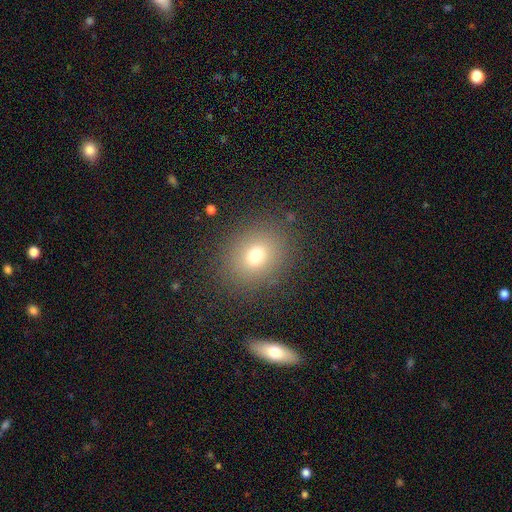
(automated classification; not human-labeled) A smooth galaxy with no disk features (72%) that is round (65%). Merging: none (85%).